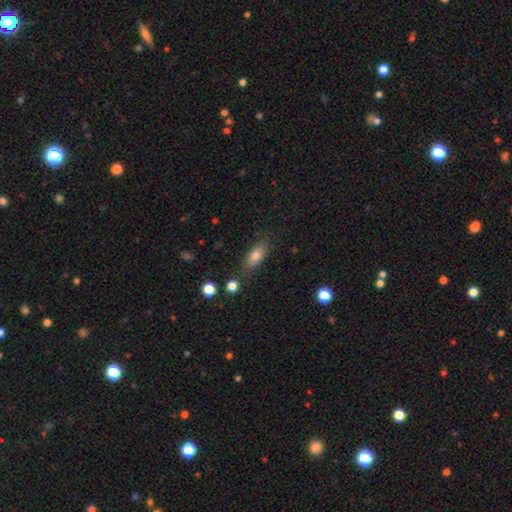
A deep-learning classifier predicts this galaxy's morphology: The model was most divided on "merging": none: 75%, minor disturbance: 16%, major disturbance: 5%, merger: 4%. More confident: how rounded — in between (80%); smooth or featured — smooth (78%).